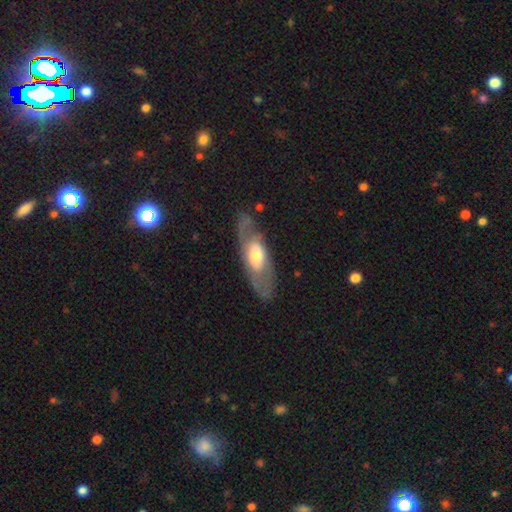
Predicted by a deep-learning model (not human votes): This appears to be a featured or disk galaxy (61%). Merging: none (74%).